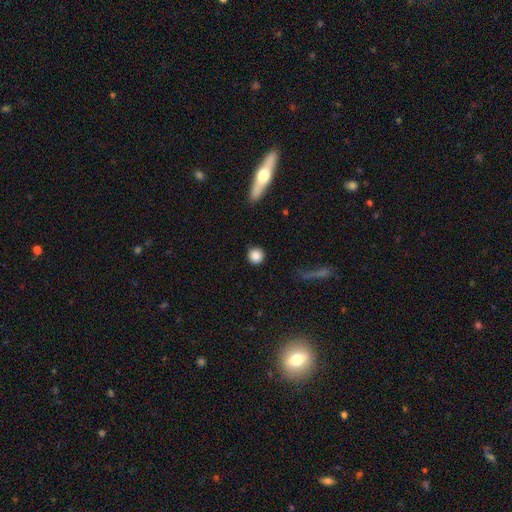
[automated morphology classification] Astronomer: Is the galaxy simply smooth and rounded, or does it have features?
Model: smooth — 86%.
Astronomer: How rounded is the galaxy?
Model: round — 92%.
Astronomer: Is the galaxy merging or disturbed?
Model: none — 88%.